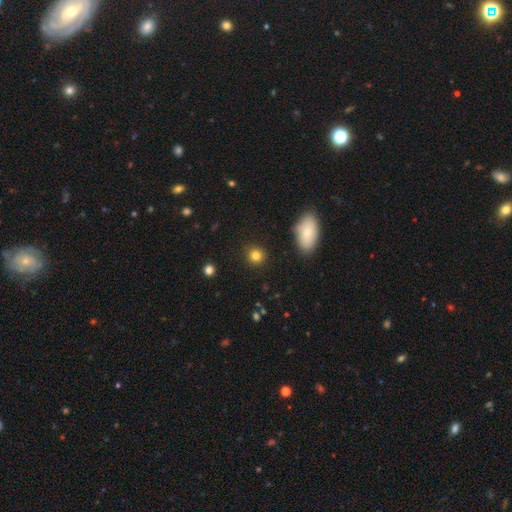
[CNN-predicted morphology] This is clearly a smooth galaxy (83%). How rounded: clearly round (88%). Merging: clearly none (90%).